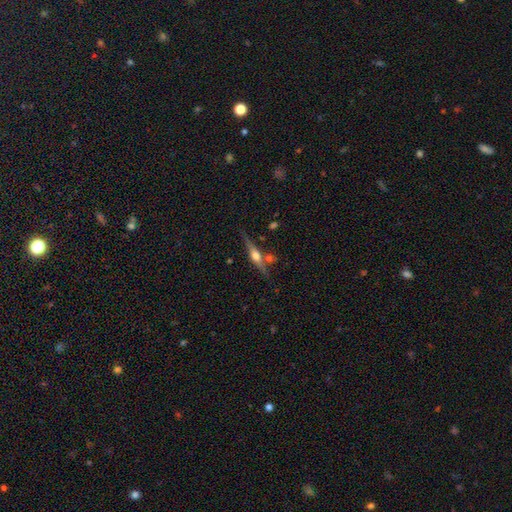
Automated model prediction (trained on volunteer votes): Q: Smooth or featured?
A: featured or disk (76%); runner-up: smooth (17%)
Q: Edge-on disk?
A: yes (97%); runner-up: no (3%)
Q: Edge-on bulge?
A: rounded (92%); runner-up: boxy (6%)
Q: Merging?
A: none (76%); runner-up: minor disturbance (12%)